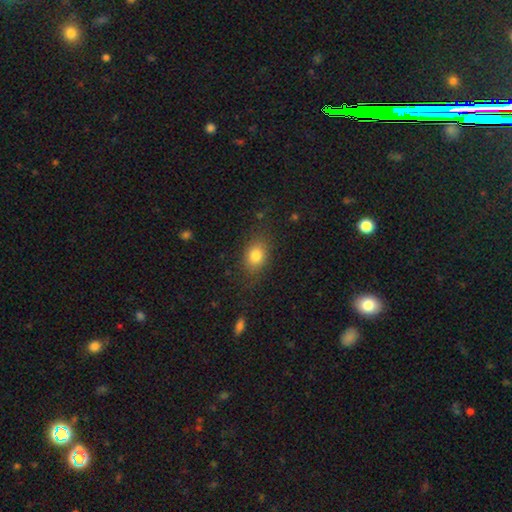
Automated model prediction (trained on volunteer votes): Smooth or featured: smooth — 80% (star or artifact — 10%)
How rounded: in between — 65% (round — 33%)
Merging: none — 79% (minor disturbance — 14%)